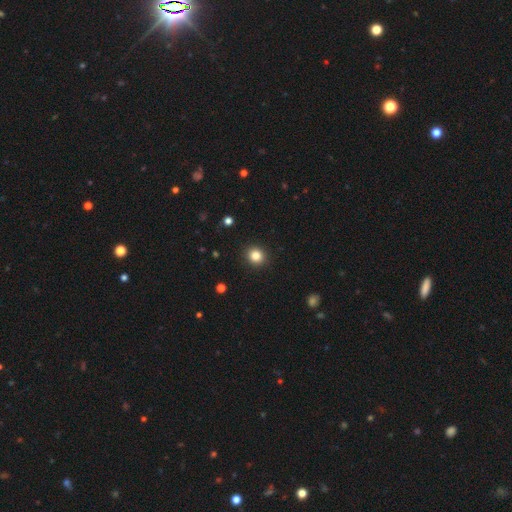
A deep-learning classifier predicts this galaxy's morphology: Smooth or featured? Predicted: smooth (p=0.84). How rounded? Predicted: round (p=0.88). Merging? Predicted: none (p=0.92).